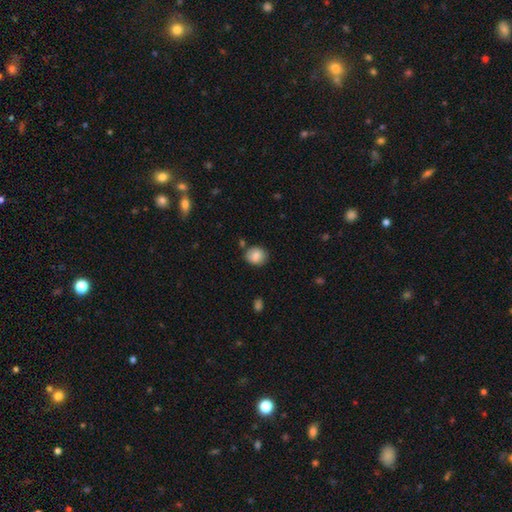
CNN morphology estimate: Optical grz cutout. It shows a smooth galaxy with no disk features (87%) that is round (72%). Merging: none (79%).